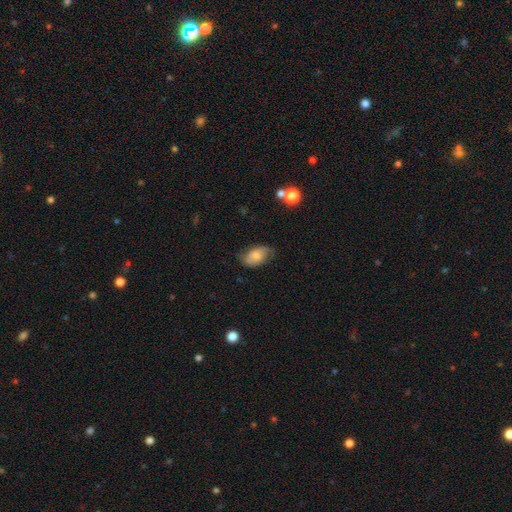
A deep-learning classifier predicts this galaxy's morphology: The model was most divided on "smooth or featured": smooth: 62%, featured or disk: 30%, star or artifact: 8%. More confident: how rounded — in between (90%); merging — none (63%).